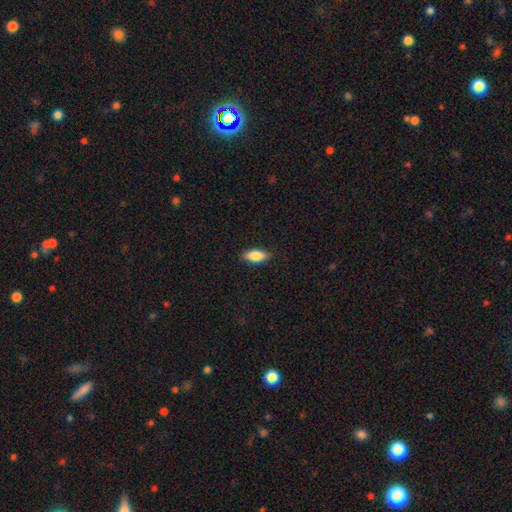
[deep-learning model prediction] Smooth or featured?
  - smooth: 84% *
  - featured or disk: 9%
  - star or artifact: 6%
How rounded?
  - in between: 86% *
  - cigar-shaped: 11%
  - round: 3%
Merging?
  - none: 87% *
  - minor disturbance: 10%
  - major disturbance: 2%
  - merger: 1%